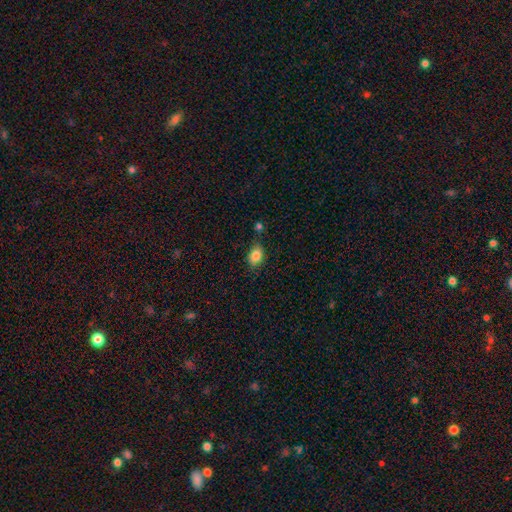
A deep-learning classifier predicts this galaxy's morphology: The model was most divided on "how rounded": in between: 75%, round: 24%, cigar-shaped: 1%. More confident: smooth or featured — smooth (84%); merging — none (72%).